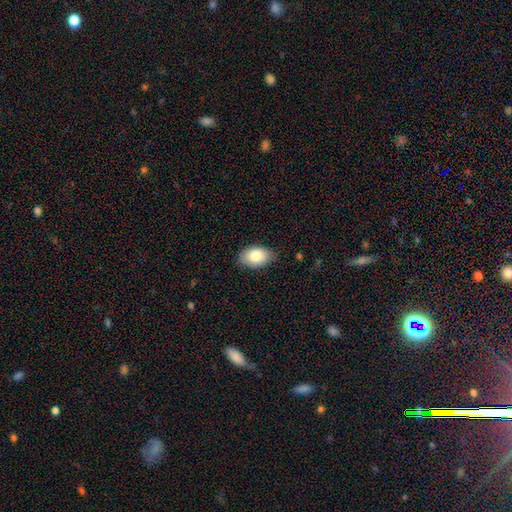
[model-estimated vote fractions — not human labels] A smooth galaxy with no disk features (84%) that is in between round and cigar-shaped (91%).

Vote fractions:
- Smooth or featured? smooth: 84% / featured or disk: 10% / star or artifact: 7%
- How rounded? in between: 91% / round: 8% / cigar-shaped: 1%
- Merging? none: 80% / minor disturbance: 16% / major disturbance: 3% / merger: 1%